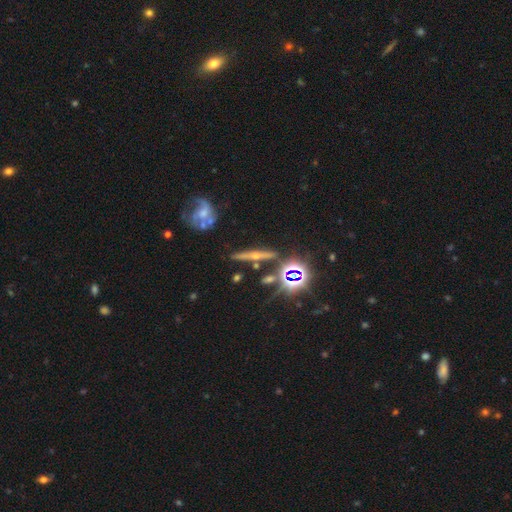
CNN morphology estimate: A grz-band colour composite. It shows a featured or disk galaxy (55%) viewed edge-on (92%) with a rounded central bulge (88%). Merging: none (80%).